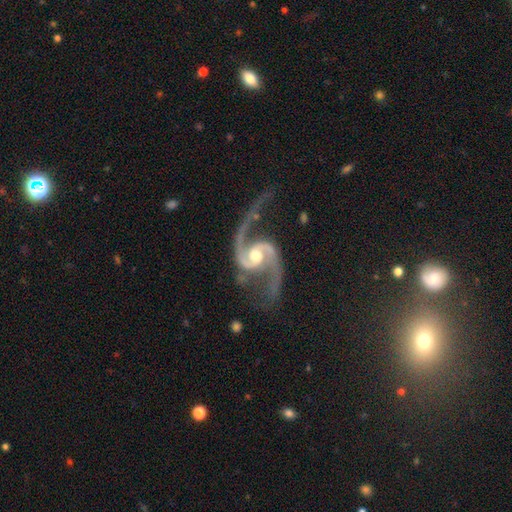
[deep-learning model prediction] Smooth or featured? featured or disk (94%)
Edge-on disk? no (98%)
Bar? no (46%)
Spiral arms? yes (98%)
Spiral winding? loose (53%)
Spiral arm count? 2 (94%)
Bulge size? moderate (71%)
Merging? none (64%)